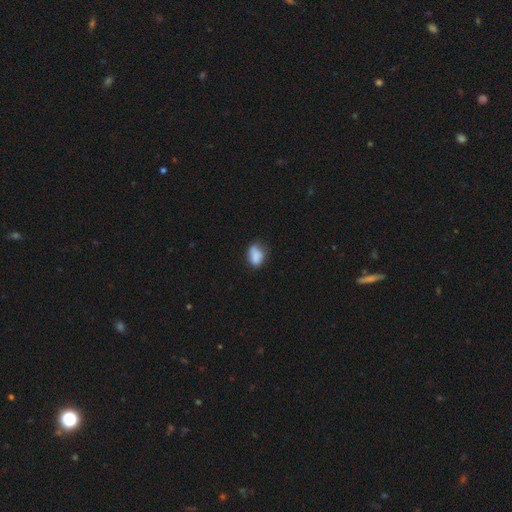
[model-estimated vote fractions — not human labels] Smooth or featured? Predicted: smooth (p=0.78). How rounded? Predicted: in between (p=0.78). Merging? Predicted: none (p=0.48).